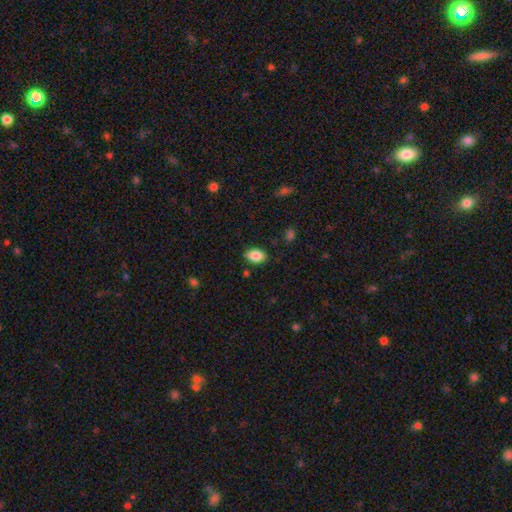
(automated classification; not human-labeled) Smooth or featured? Predicted: smooth (p=0.86). How rounded? Predicted: in between (p=0.90). Merging? Predicted: none (p=0.86).